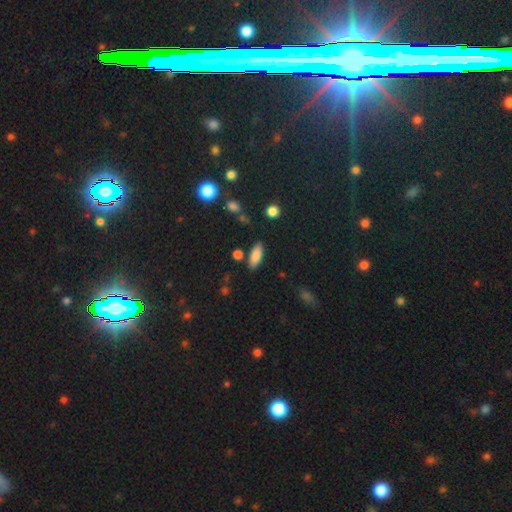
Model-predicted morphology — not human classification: type=smooth (85%); roundness=in between (80%); merging=none (81%).